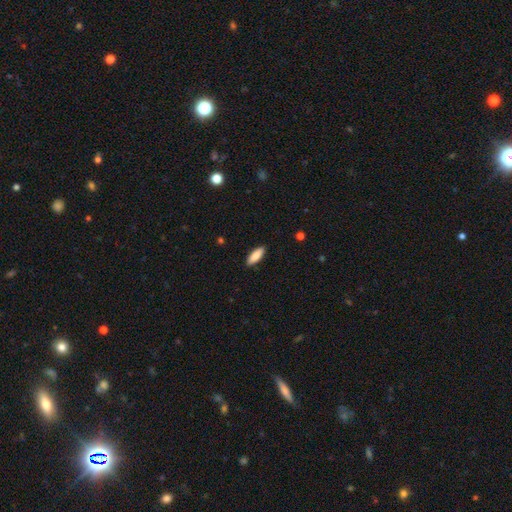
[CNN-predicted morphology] type=smooth (87%); roundness=in between (61%); merging=none (90%).